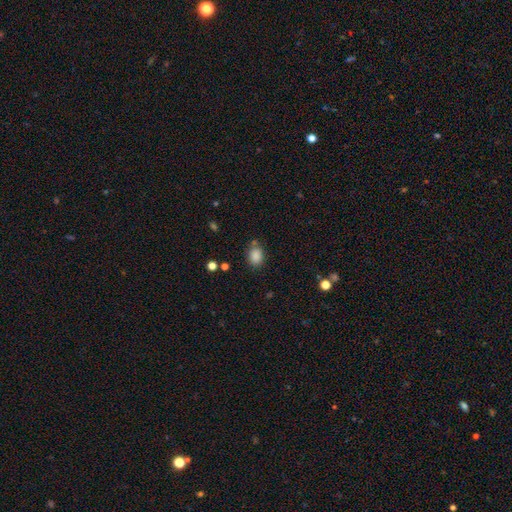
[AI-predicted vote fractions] Smooth or featured?
  - smooth: 86% *
  - star or artifact: 10%
  - featured or disk: 4%
How rounded?
  - in between: 56% *
  - round: 43%
  - cigar-shaped: 1%
Merging?
  - none: 74% *
  - minor disturbance: 15%
  - merger: 7%
  - major disturbance: 4%